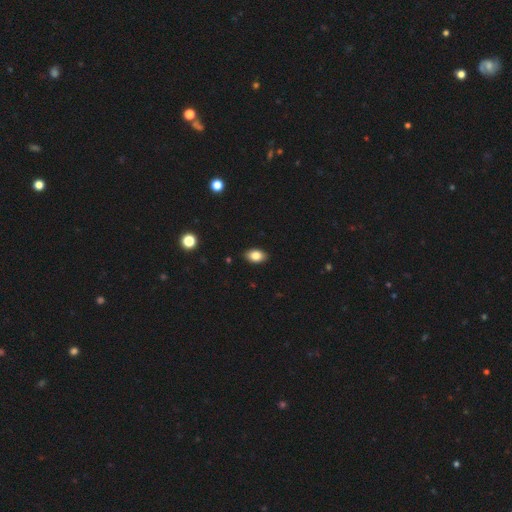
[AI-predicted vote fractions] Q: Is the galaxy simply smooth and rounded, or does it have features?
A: smooth — 84%.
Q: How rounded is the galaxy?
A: in between — 88%.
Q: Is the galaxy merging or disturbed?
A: none — 89%.